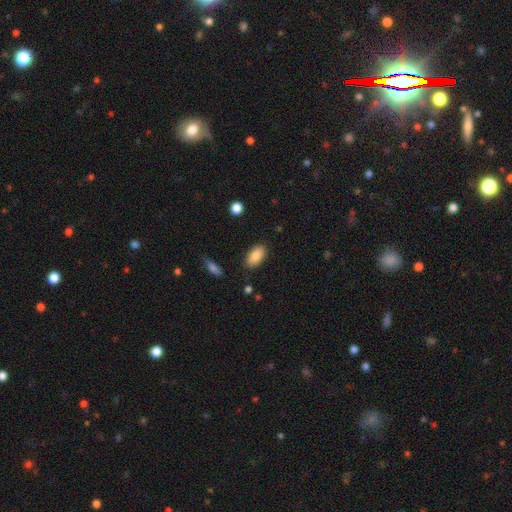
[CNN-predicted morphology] type=smooth (86%); roundness=in between (93%); merging=none (85%).